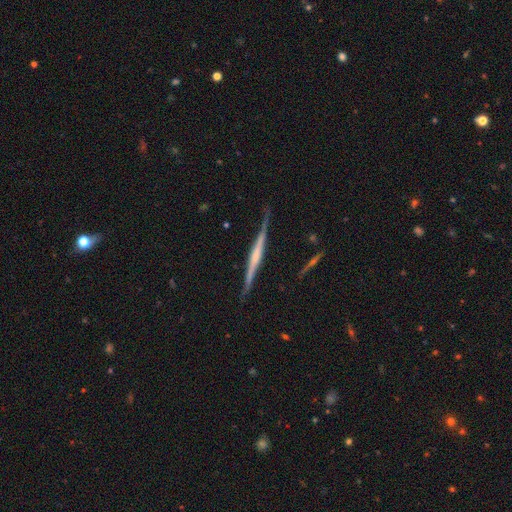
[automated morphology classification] featured or disk 76%, smooth 18%, star or artifact 6%. Down the decision tree: edge-on disk — yes (98%); edge-on bulge — rounded (38%, tied with none); merging — none (82%).